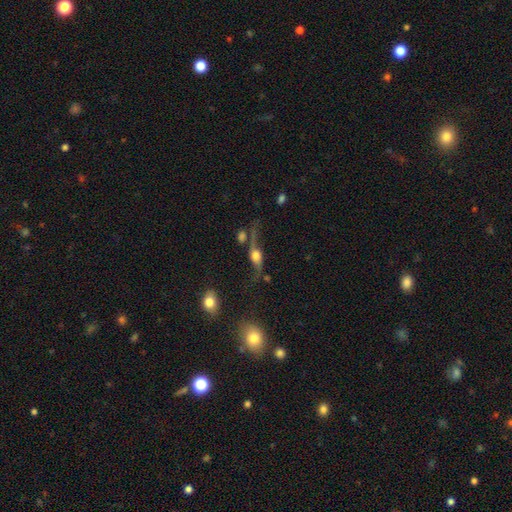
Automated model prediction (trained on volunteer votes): smooth_or_featured: featured or disk (p=0.70) [alt: smooth p=0.20]
disk_edge_on: no (p=0.57) [alt: yes p=0.43]
merging: none (p=0.51) [alt: major disturbance p=0.19]